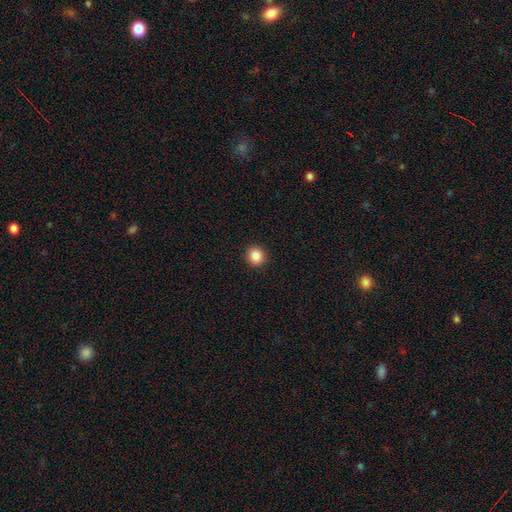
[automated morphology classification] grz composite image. It shows a smooth galaxy with no disk features (86%) that is round (90%). Merging: none (92%).